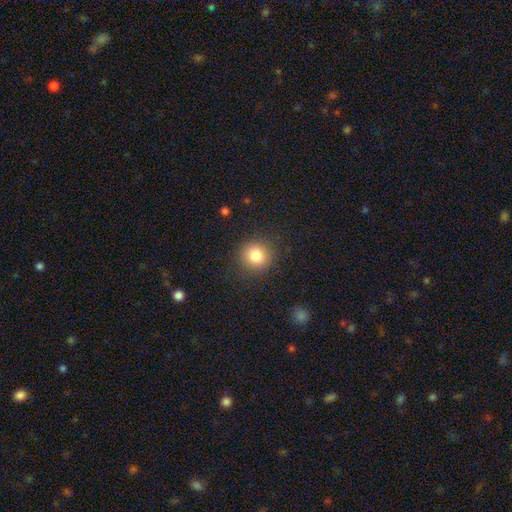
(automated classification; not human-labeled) smooth-or-featured: smooth: 82% | star or artifact: 11% | featured or disk: 7%
  how-rounded: round: 91% | in between: 8% | cigar-shaped: 1%
  merging: none: 89% | minor disturbance: 7% | major disturbance: 3% | merger: 1%